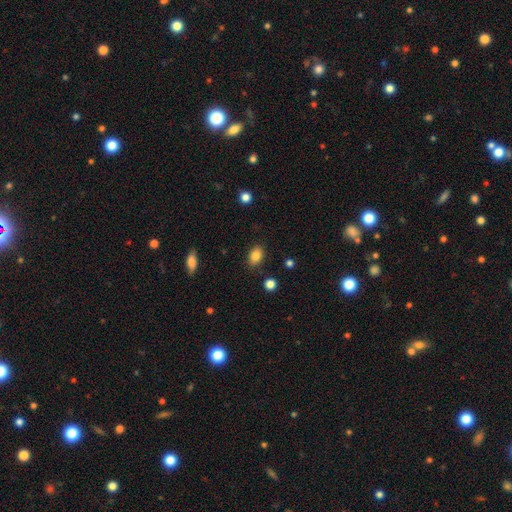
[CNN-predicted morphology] This appears to be a smooth galaxy with no disk features (84%) that is in between round and cigar-shaped (77%). Merging: none (85%).